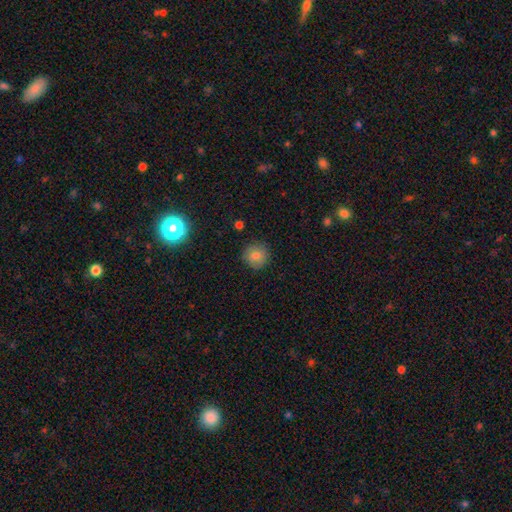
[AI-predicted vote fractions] A smooth galaxy with no disk features (81%) that is round (93%).

Vote fractions:
- Smooth or featured? smooth: 81% / star or artifact: 11% / featured or disk: 8%
- How rounded? round: 93% / in between: 6% / cigar-shaped: 1%
- Merging? none: 88% / minor disturbance: 9% / major disturbance: 2% / merger: 1%